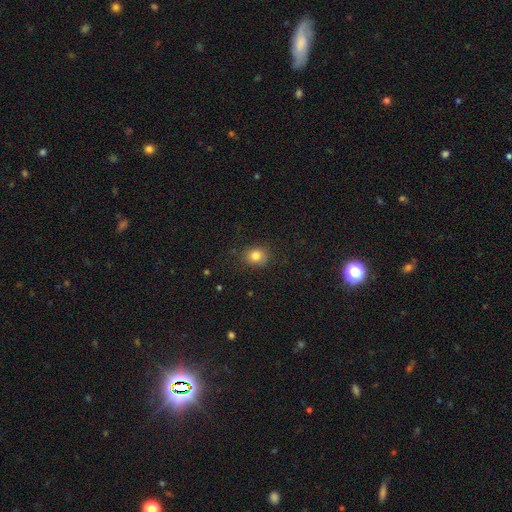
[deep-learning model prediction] The model was most divided on "how rounded": round: 66%, in between: 33%, cigar-shaped: 1%. More confident: smooth or featured — smooth (82%); merging — none (77%).